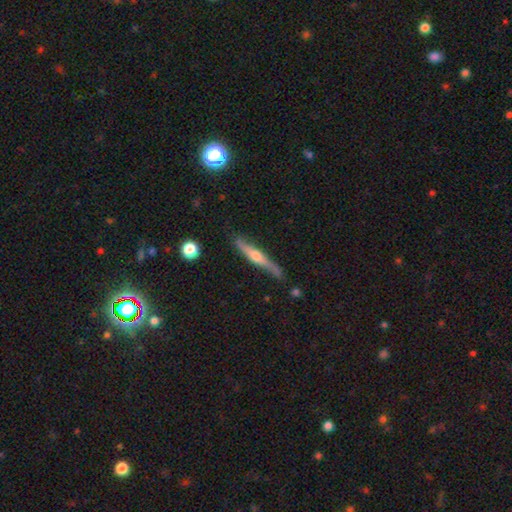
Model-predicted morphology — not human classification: type=featured or disk (66%); edge-on=yes (93%); edge-on bulge=rounded (84%); merging=none (76%).